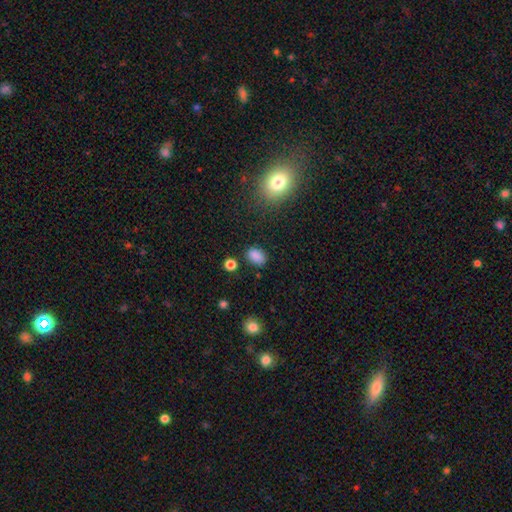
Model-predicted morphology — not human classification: A smooth galaxy with no disk features (83%) that is in between round and cigar-shaped (79%).

Vote fractions:
- Smooth or featured? smooth: 83% / star or artifact: 13% / featured or disk: 5%
- How rounded? in between: 79% / round: 20% / cigar-shaped: 1%
- Merging? none: 78% / minor disturbance: 15% / major disturbance: 4% / merger: 4%